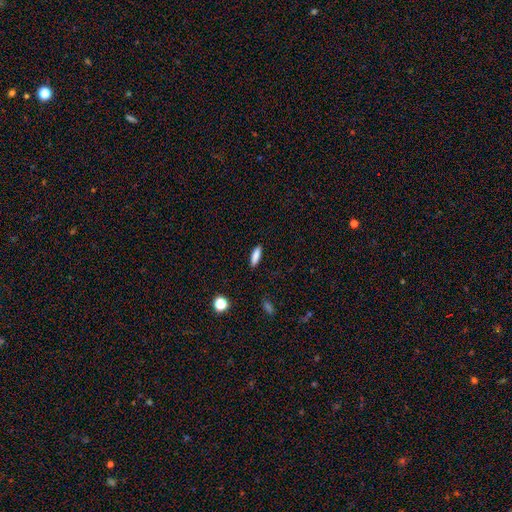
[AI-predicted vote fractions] Q: Smooth or featured?
A: smooth (85%); runner-up: star or artifact (8%)
Q: How rounded?
A: cigar-shaped (58%); runner-up: in between (40%)
Q: Merging?
A: none (89%); runner-up: minor disturbance (8%)